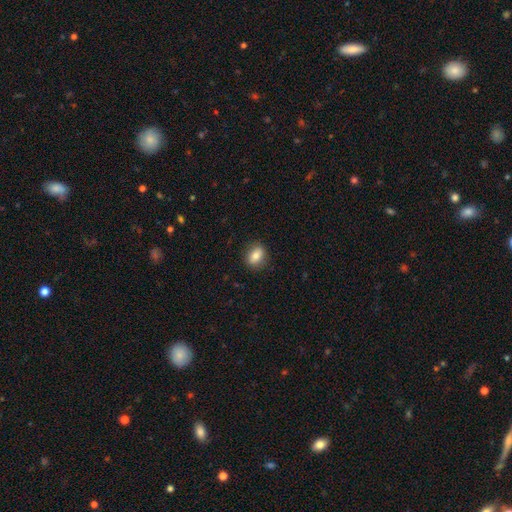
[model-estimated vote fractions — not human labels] This is likely a smooth galaxy (78%). How rounded: possibly in between (57%). Merging: clearly none (86%).